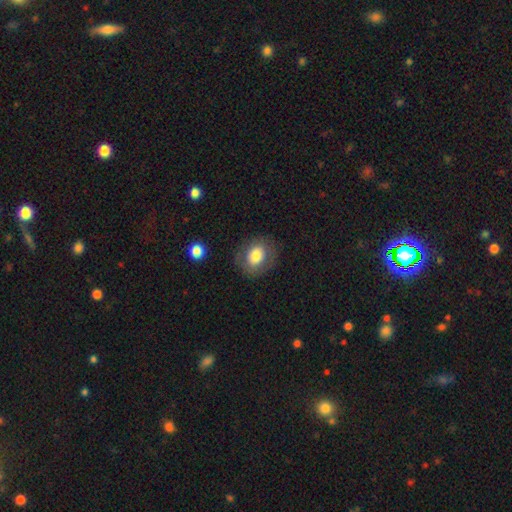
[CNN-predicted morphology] smooth 74%, featured or disk 18%, star or artifact 8%. Down the decision tree: how rounded — in between (51%); merging — none (80%).